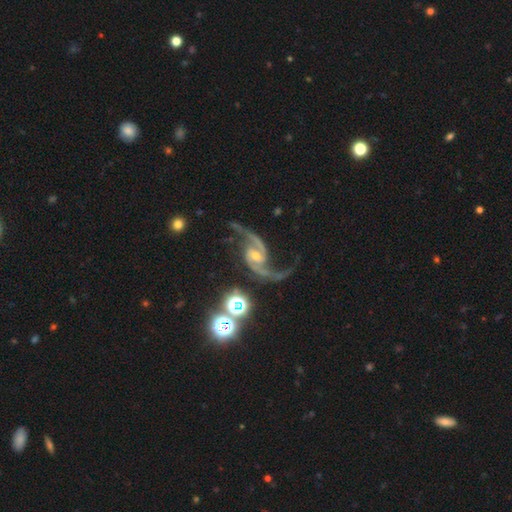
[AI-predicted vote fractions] Smooth or featured?
  - featured or disk: 92% *
  - star or artifact: 6%
  - smooth: 2%
Edge-on disk?
  - no: 98% *
  - yes: 2%
Bar?
  - no: 48% *
  - weak: 37%
  - strong: 15%
Spiral arms?
  - yes: 98% *
  - no: 2%
Spiral winding?
  - loose: 69% *
  - medium: 26%
  - tight: 5%
Spiral arm count?
  - 2: 94% *
  - 3: 2%
  - 1: 1%
  - can't tell: 1%
  - 4: 1%
  - more than 4: 1%
Bulge size?
  - small: 51% *
  - moderate: 43%
  - large: 3%
  - none: 2%
  - dominant: 1%
Merging?
  - none: 71% *
  - minor disturbance: 15%
  - major disturbance: 11%
  - merger: 3%